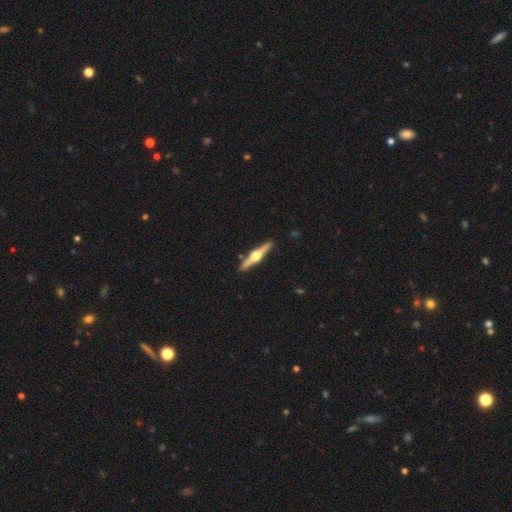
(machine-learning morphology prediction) This is likely a featured or disk galaxy (75%). It is clearly viewed edge-on (98%). Edge-on bulge: clearly rounded (95%). Merging: clearly none (91%).